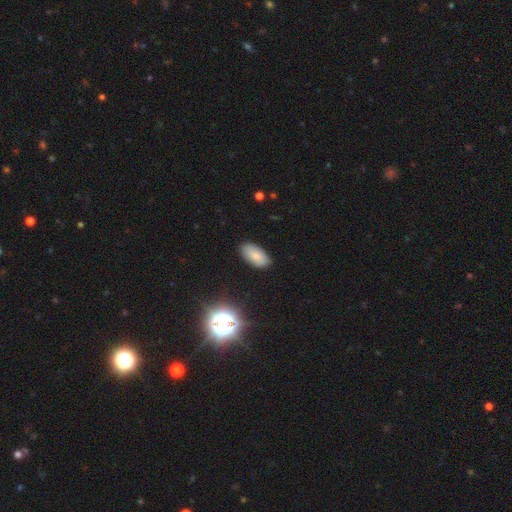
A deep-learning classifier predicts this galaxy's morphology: smooth-or-featured: smooth: 81% | featured or disk: 9% | star or artifact: 9%
  how-rounded: in between: 94% | cigar-shaped: 3% | round: 3%
  merging: none: 85% | minor disturbance: 11% | major disturbance: 2% | merger: 1%